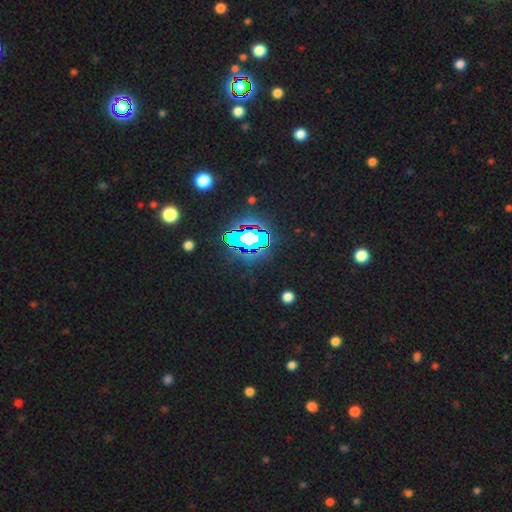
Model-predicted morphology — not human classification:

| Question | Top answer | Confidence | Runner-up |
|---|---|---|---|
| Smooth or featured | star or artifact | 78% | smooth (14%) |